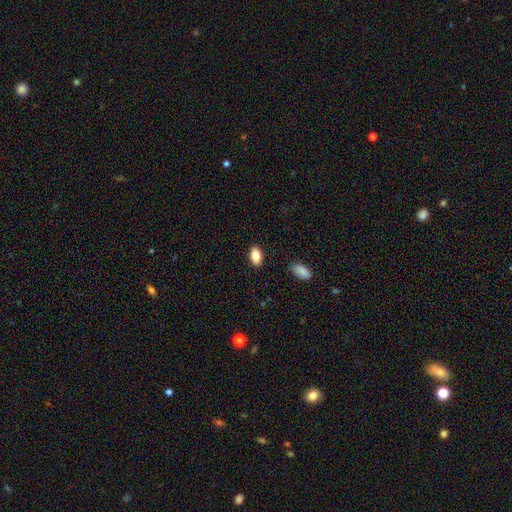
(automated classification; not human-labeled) Overall: smooth (84%). How rounded: in between (92%). Merging: none (88%).